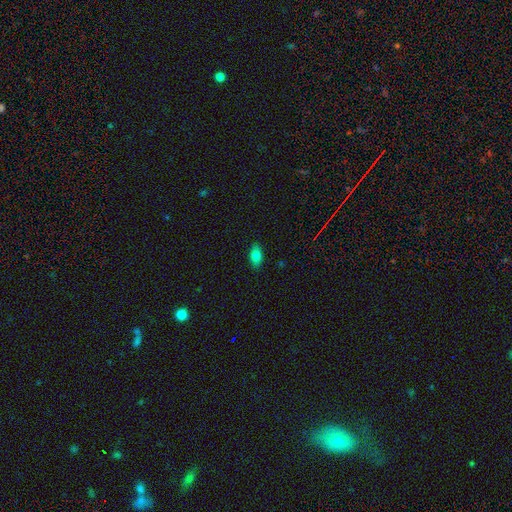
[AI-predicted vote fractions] Smooth or featured? Predicted: smooth (p=0.80). How rounded? Predicted: in between (p=0.89). Merging? Predicted: none (p=0.88).